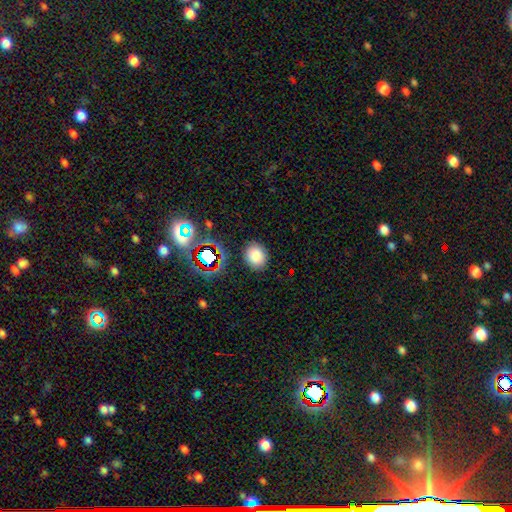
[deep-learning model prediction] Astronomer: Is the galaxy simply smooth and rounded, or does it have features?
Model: smooth — 81%.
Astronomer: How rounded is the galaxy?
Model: round — 66%.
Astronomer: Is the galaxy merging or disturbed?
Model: none — 86%.